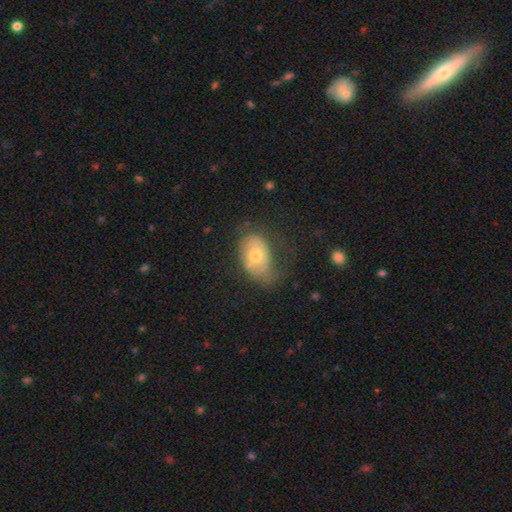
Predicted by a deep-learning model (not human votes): Morphology: type=smooth (62%); roundness=in between (87%); merging=none (45%).